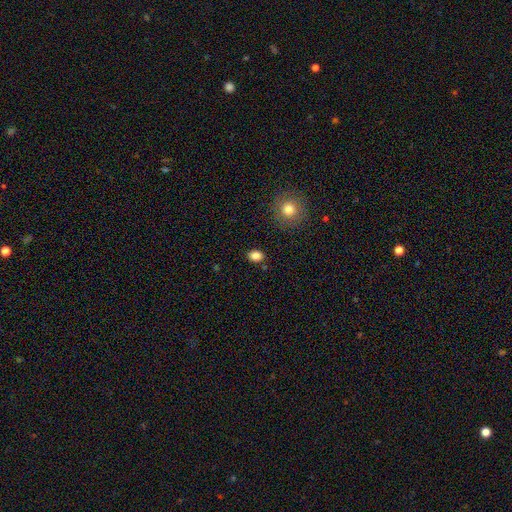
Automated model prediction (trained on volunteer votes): Smooth or featured? Predicted: smooth (p=0.84). How rounded? Predicted: in between (p=0.65). Merging? Predicted: none (p=0.86).